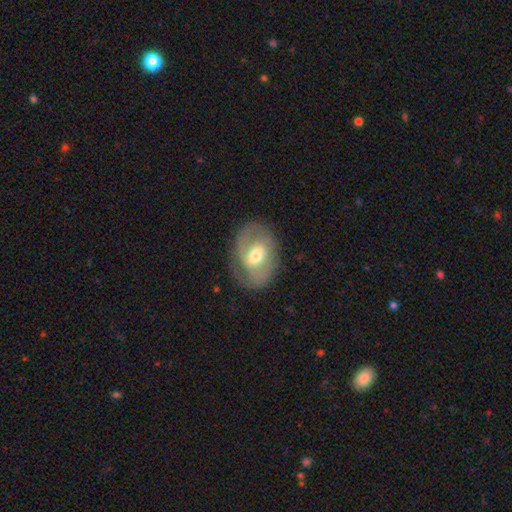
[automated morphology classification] featured or disk 64%, smooth 30%, star or artifact 6%. Down the decision tree: edge-on disk — no (95%); bar — weak (49%); spiral arms — yes (70%); bulge size — moderate (69%); merging — none (73%).